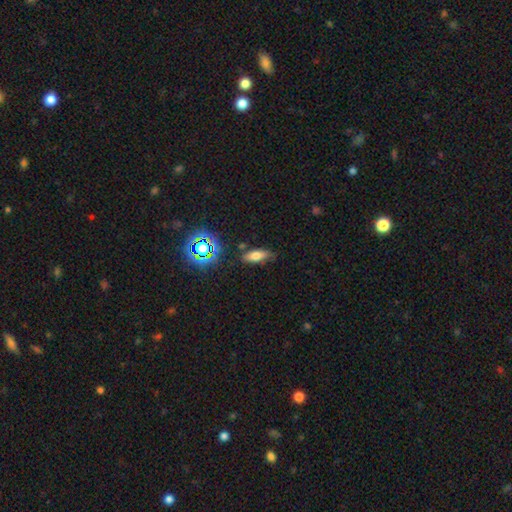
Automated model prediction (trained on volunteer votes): Smooth or featured: smooth — 66% (featured or disk — 19%)
How rounded: in between — 65% (cigar-shaped — 31%)
Merging: none — 72% (minor disturbance — 19%)